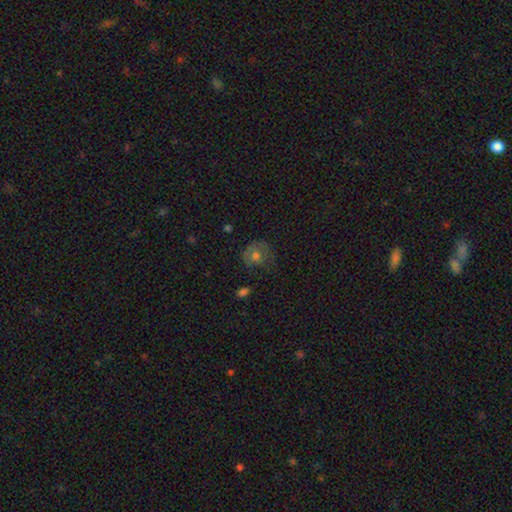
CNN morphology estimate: Smooth or featured: smooth — 66% (featured or disk — 22%)
How rounded: round — 79% (in between — 20%)
Merging: none — 55% (minor disturbance — 27%)